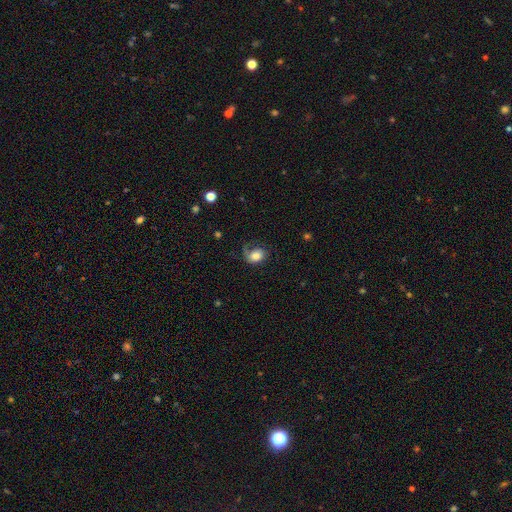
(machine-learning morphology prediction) smooth-or-featured: smooth: 65% | featured or disk: 26% | star or artifact: 9%
  how-rounded: in between: 59% | round: 40% | cigar-shaped: 1%
  merging: none: 41% | major disturbance: 30% | minor disturbance: 26% | merger: 2%